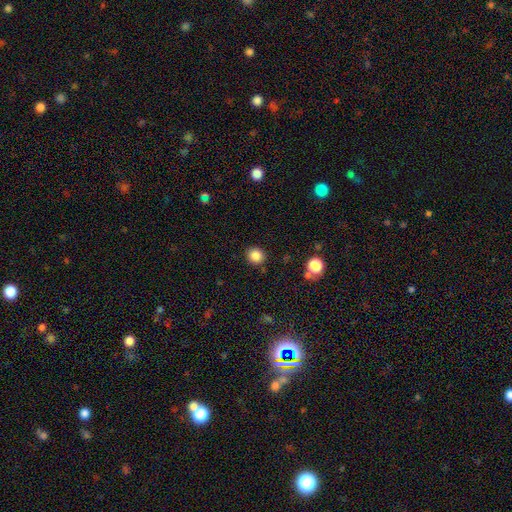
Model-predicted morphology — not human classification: Smooth or featured? smooth (85%)
How rounded? round (88%)
Merging? none (89%)